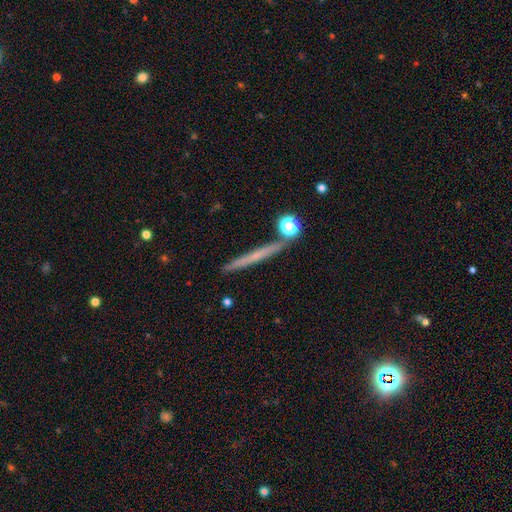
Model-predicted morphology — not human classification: featured or disk 46%, smooth 44%, star or artifact 10%. Down the decision tree: merging — none (85%).